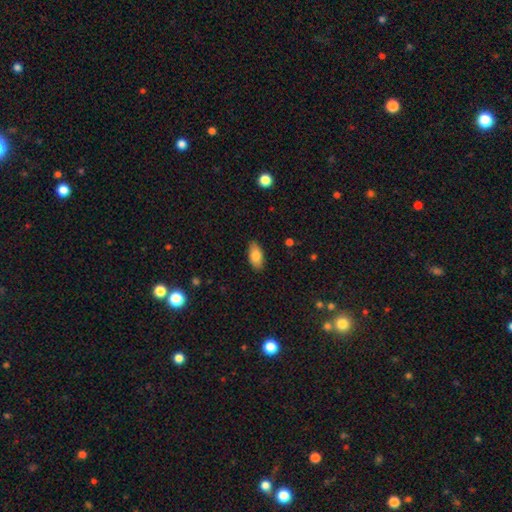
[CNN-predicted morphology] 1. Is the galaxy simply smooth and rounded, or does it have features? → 83% smooth, 10% featured or disk, 7% star or artifact.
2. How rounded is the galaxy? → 91% in between, 6% cigar-shaped, 3% round.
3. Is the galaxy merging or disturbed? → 87% none, 10% minor disturbance, 2% major disturbance, 1% merger.